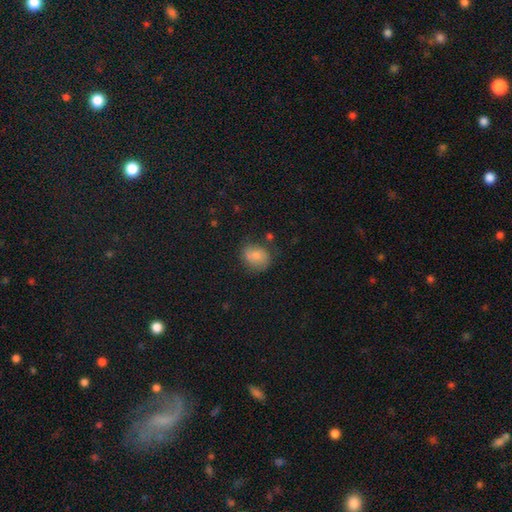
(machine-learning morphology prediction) A smooth galaxy with no disk features (72%) that is round (59%). Merging: none (62%).